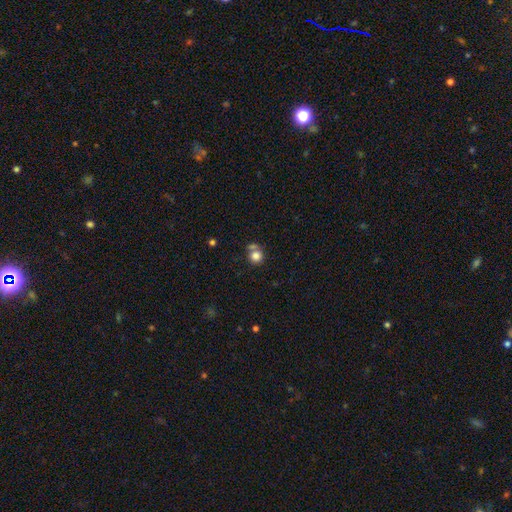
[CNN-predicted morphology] Overall: smooth (81%). How rounded: round (88%). Merging: none (57%; merger 28%).